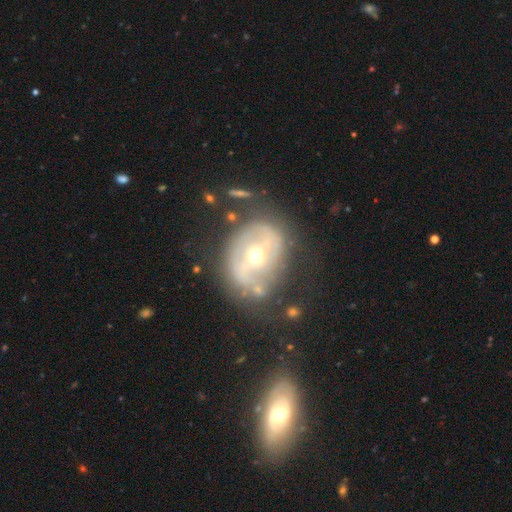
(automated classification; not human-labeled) This is likely a featured or disk galaxy (74%). It is clearly not viewed edge-on (96%). Bar: marginally no (34%). Spiral arm pattern: possibly yes (59%). Central bulge: possibly moderate (51%). Merging: likely none (61%).